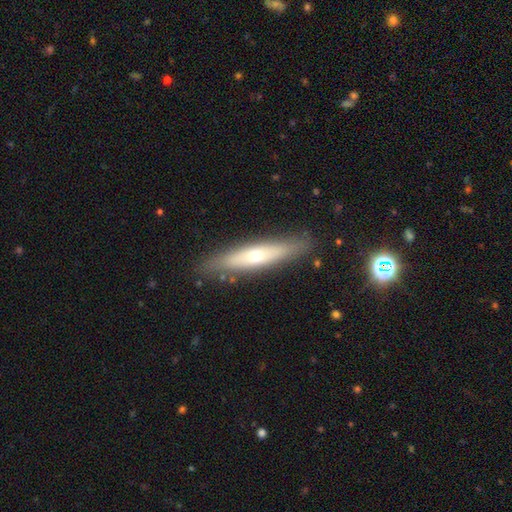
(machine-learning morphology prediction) This appears to be a featured or disk galaxy (49%). Merging: none (85%).